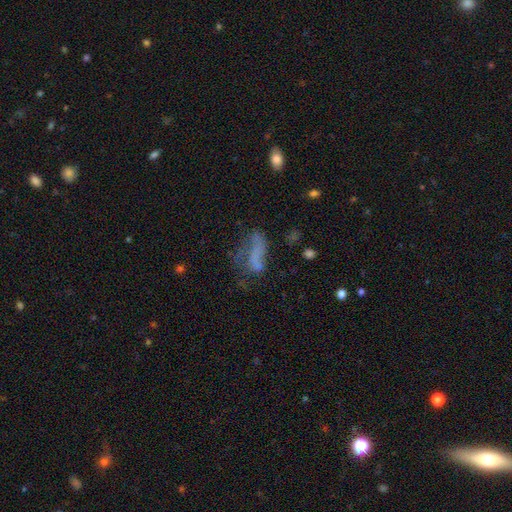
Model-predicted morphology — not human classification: This is possibly a smooth galaxy (46%). Merging: marginally major disturbance (39%).